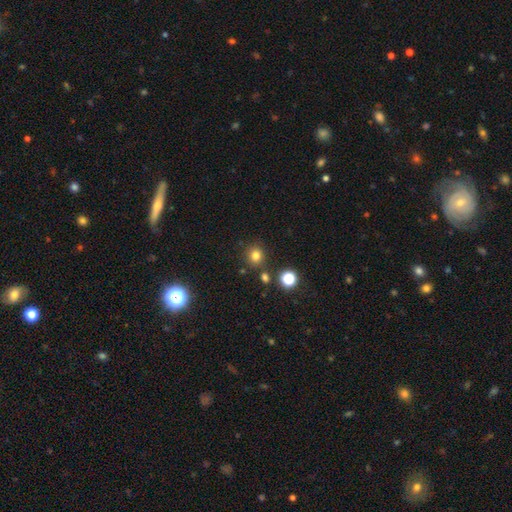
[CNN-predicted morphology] type=smooth (78%); roundness=round (89%); merging=none (83%).